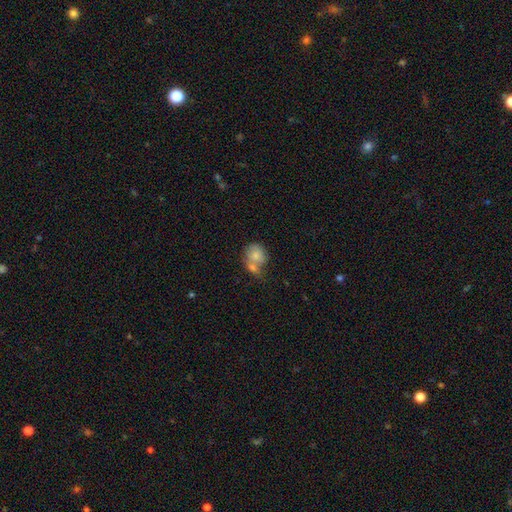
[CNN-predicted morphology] Smooth or featured: smooth — 74% (featured or disk — 18%)
How rounded: round — 66% (in between — 33%)
Merging: merger — 52% (none — 29%)